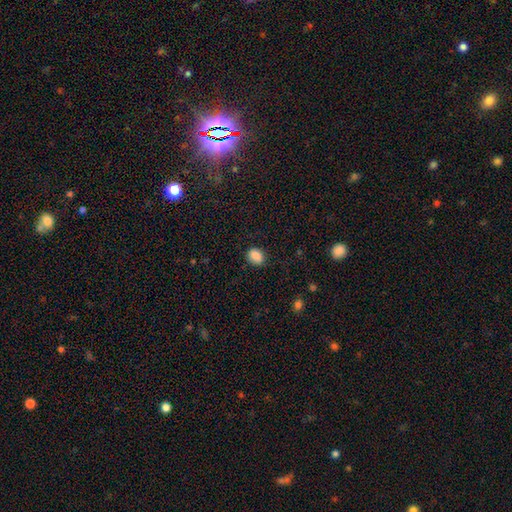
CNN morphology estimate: This is clearly a smooth galaxy (88%). How rounded: likely in between (62%). Merging: clearly none (83%).